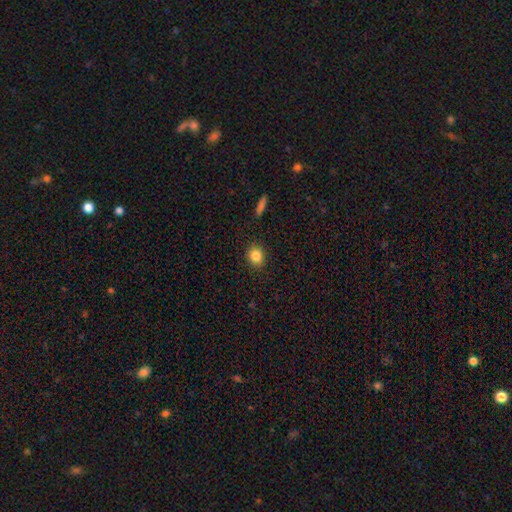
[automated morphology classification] smooth-or-featured: smooth: 84% | star or artifact: 10% | featured or disk: 6%
  how-rounded: round: 69% | in between: 30% | cigar-shaped: 1%
  merging: none: 88% | minor disturbance: 9% | major disturbance: 2% | merger: 1%